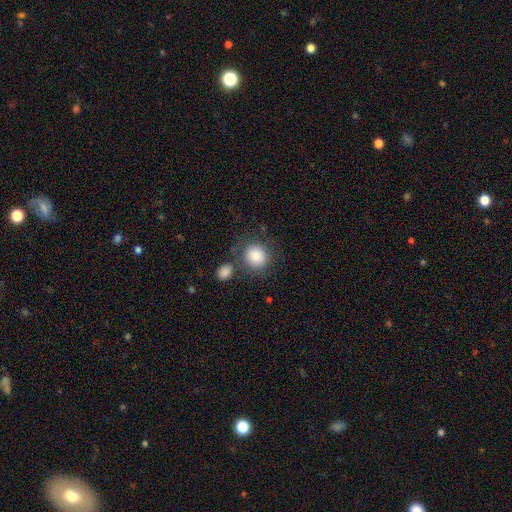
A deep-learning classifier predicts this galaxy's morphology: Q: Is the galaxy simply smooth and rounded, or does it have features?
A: smooth — 83%.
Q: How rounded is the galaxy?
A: round — 88%.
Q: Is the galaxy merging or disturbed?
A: none — 71%.